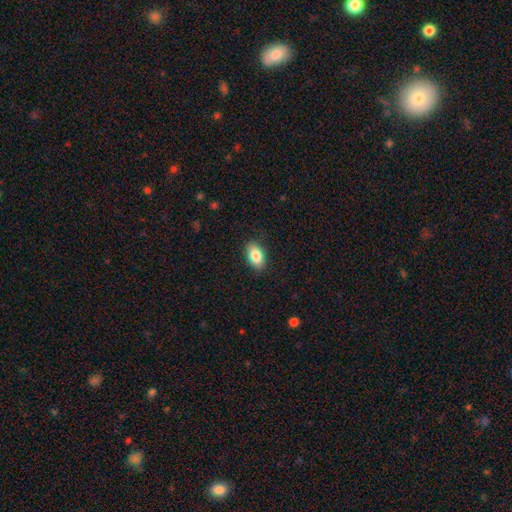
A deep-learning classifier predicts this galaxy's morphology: A smooth galaxy with no disk features (84%) that is in between round and cigar-shaped (91%). Merging: none (87%).